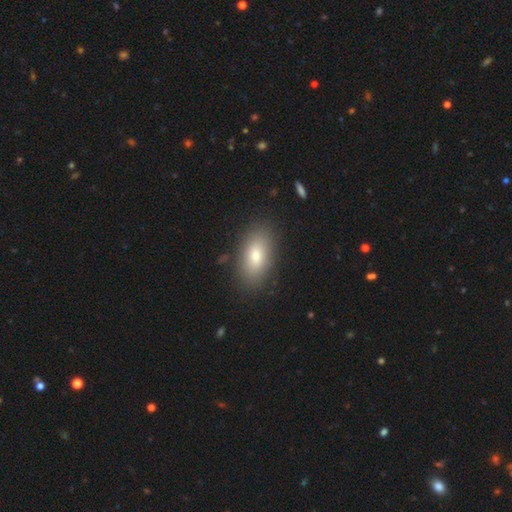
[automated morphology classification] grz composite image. It shows a smooth galaxy with no disk features (78%) that is in between round and cigar-shaped (90%). Merging: none (86%).